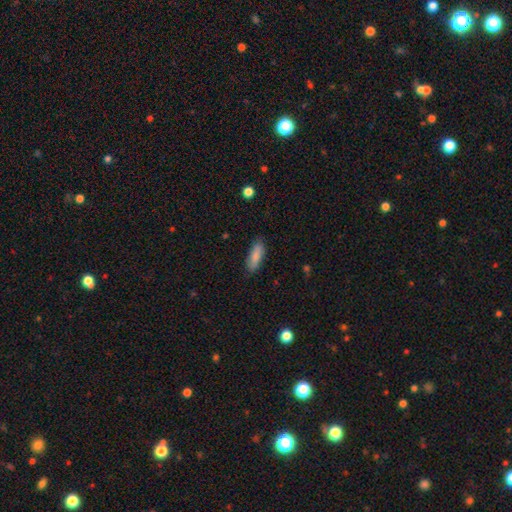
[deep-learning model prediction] smooth 85%, featured or disk 9%, star or artifact 6%. Down the decision tree: how rounded — in between (59%); merging — none (85%).